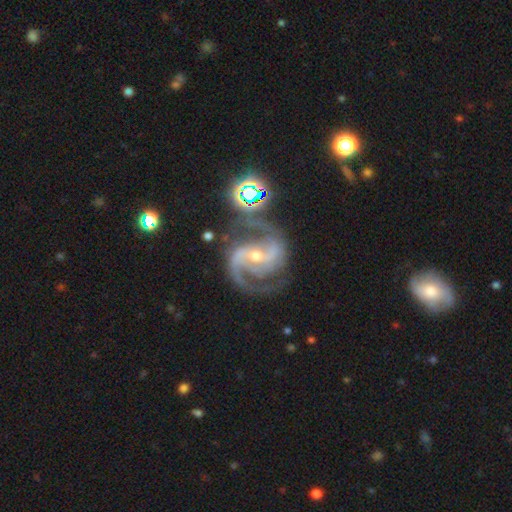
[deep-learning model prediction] Smooth or featured? featured or disk (91%)
Edge-on disk? no (98%)
Bar? strong (48%)
Spiral arms? yes (98%)
Spiral winding? medium (61%)
Spiral arm count? 2 (84%)
Bulge size? small (59%)
Merging? none (70%)